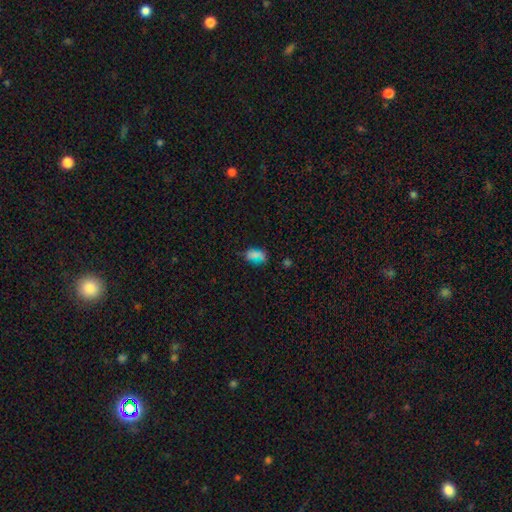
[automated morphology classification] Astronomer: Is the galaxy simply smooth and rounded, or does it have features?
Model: smooth — 61%.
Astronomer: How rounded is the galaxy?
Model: in between — 80%.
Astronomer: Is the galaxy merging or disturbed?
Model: none — 64%.